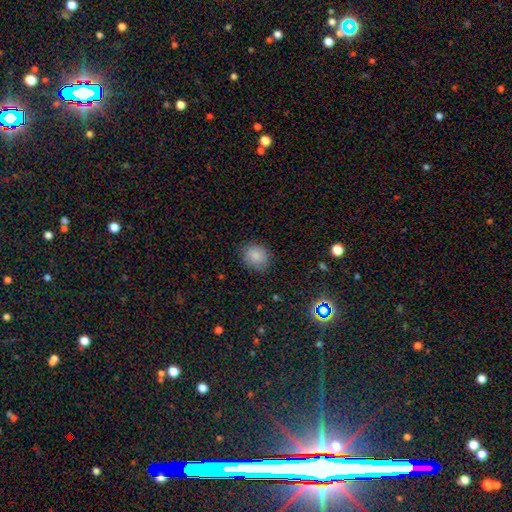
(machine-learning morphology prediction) Q: Smooth or featured?
A: smooth (83%); runner-up: star or artifact (10%)
Q: How rounded?
A: round (71%); runner-up: in between (28%)
Q: Merging?
A: none (81%); runner-up: minor disturbance (15%)